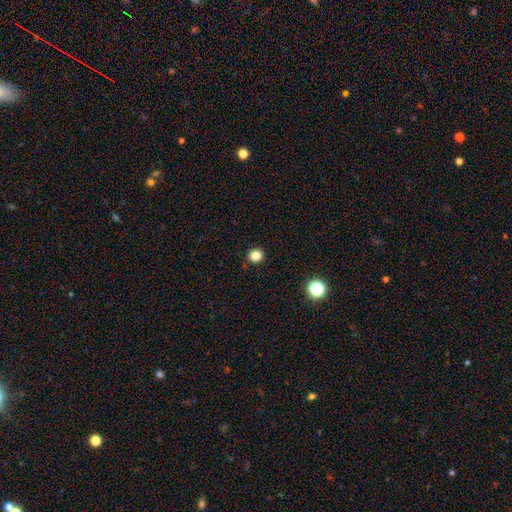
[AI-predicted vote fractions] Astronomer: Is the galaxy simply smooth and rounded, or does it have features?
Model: smooth — 83%.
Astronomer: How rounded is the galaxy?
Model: round — 89%.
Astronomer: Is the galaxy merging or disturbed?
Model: none — 92%.